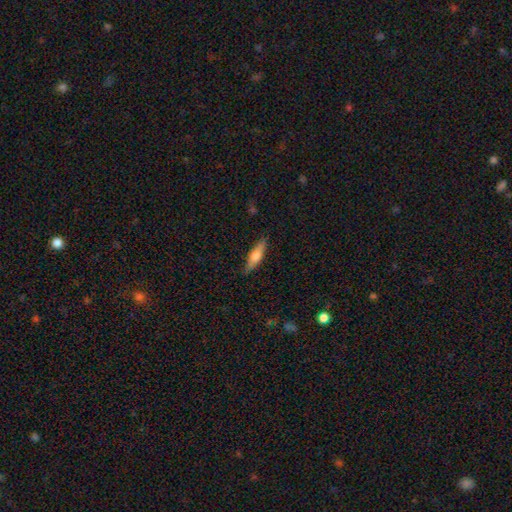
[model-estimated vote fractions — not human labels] This is possibly a smooth galaxy (58%). How rounded: likely cigar-shaped (69%). Merging: clearly none (86%).